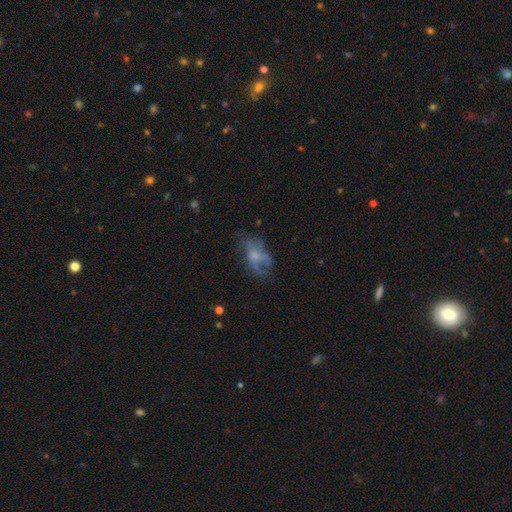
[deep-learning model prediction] Smooth or featured?
  - featured or disk: 46% *
  - smooth: 43%
  - star or artifact: 11%
Merging?
  - none: 42% *
  - major disturbance: 31%
  - minor disturbance: 24%
  - merger: 3%